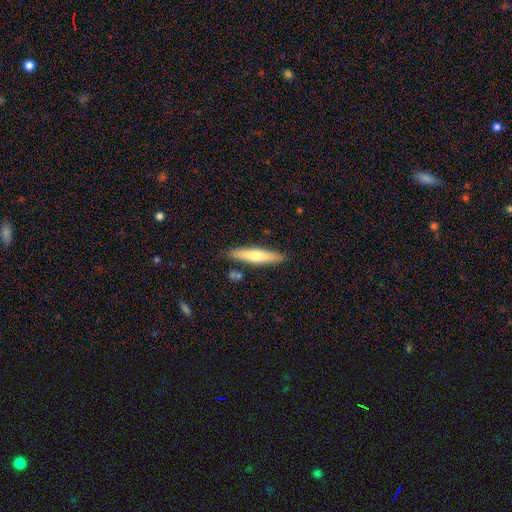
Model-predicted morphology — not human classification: Overall: smooth (57%; featured or disk 38%). How rounded: cigar-shaped (79%). Merging: none (86%).